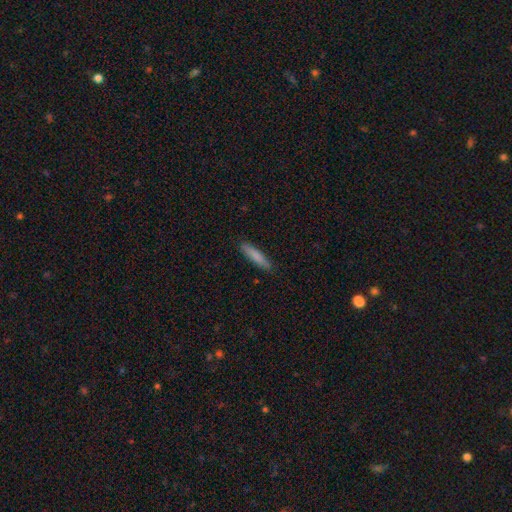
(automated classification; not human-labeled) This is clearly a smooth galaxy (83%). How rounded: clearly cigar-shaped (84%). Merging: clearly none (88%).